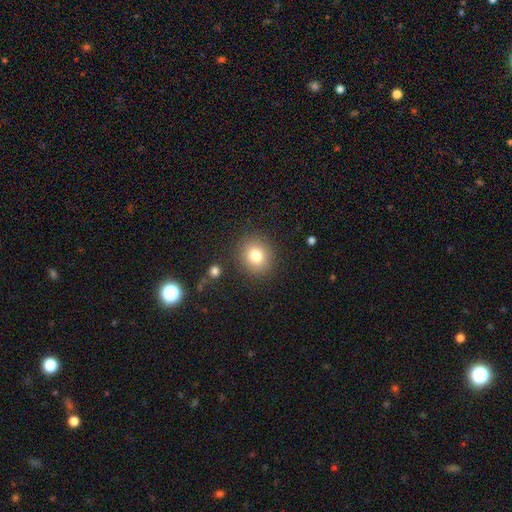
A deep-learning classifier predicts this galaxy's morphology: Q: Smooth or featured?
A: smooth (80%); runner-up: star or artifact (11%)
Q: How rounded?
A: round (81%); runner-up: in between (18%)
Q: Merging?
A: none (87%); runner-up: minor disturbance (8%)